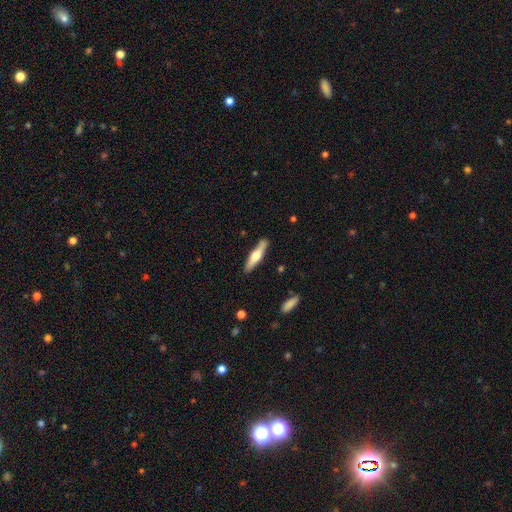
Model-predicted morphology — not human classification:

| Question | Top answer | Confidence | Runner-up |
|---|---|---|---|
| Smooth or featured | featured or disk | 48% | smooth (47%) |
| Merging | none | 85% | minor disturbance (11%) |